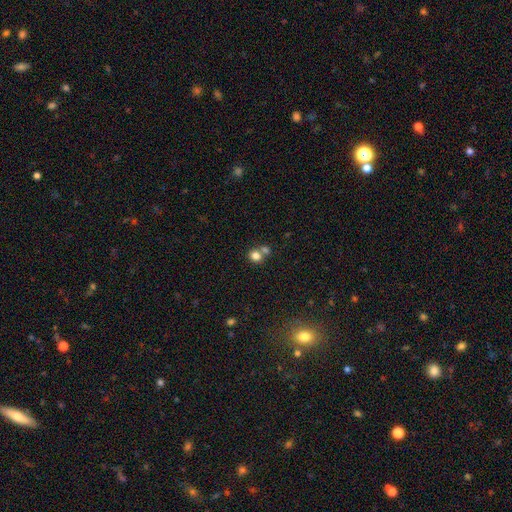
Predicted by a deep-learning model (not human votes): smooth_or_featured: smooth (p=0.79) [alt: star or artifact p=0.12]
how_rounded: round (p=0.78) [alt: in between p=0.21]
merging: none (p=0.46) [alt: merger p=0.43]